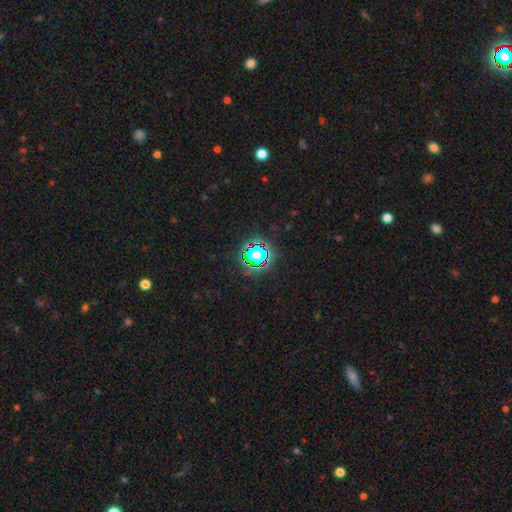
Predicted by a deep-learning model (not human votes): Smooth or featured? star or artifact (64%)